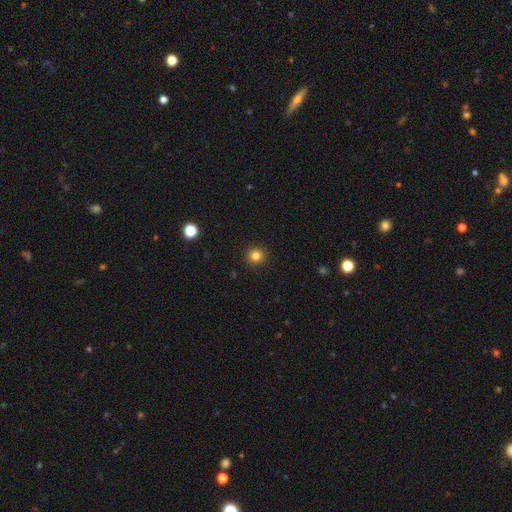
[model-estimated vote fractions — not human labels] smooth 83%, star or artifact 13%, featured or disk 5%. Down the decision tree: how rounded — round (94%); merging — none (93%).